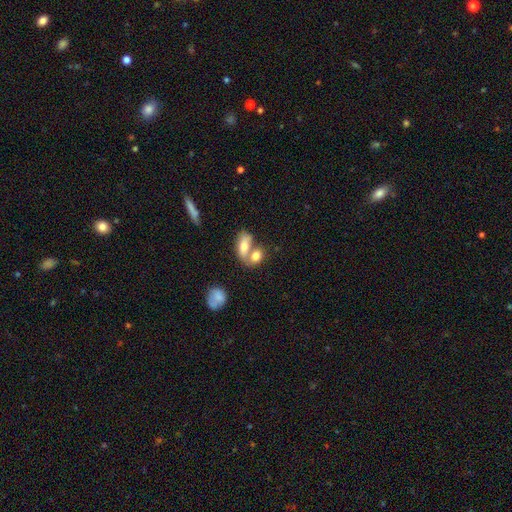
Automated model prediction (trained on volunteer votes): smooth 76%, featured or disk 16%, star or artifact 8%. Down the decision tree: how rounded — in between (81%); merging — merger (58%).